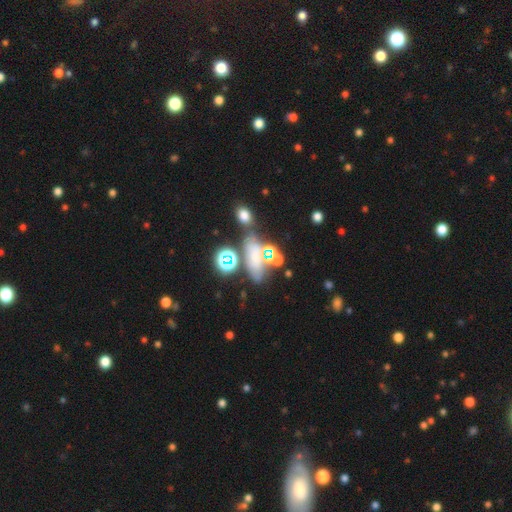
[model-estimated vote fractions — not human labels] A smooth galaxy with no disk features (44%).

Vote fractions:
- Smooth or featured? smooth: 44% / star or artifact: 29% / featured or disk: 27%
- Merging? none: 42% / merger: 25% / minor disturbance: 19% / major disturbance: 14%